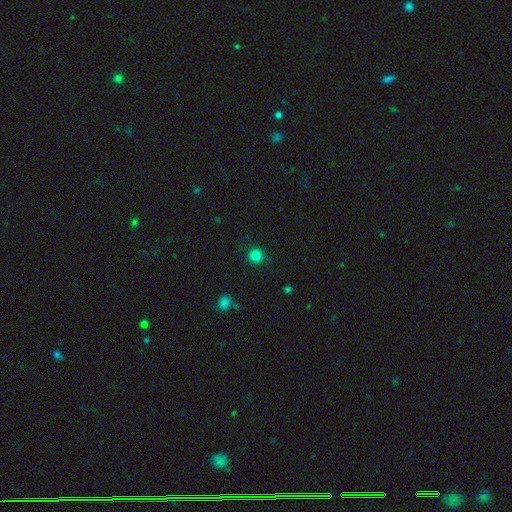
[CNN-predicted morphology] This appears to be a smooth galaxy with no disk features (83%) that is round (95%). Merging: none (90%).